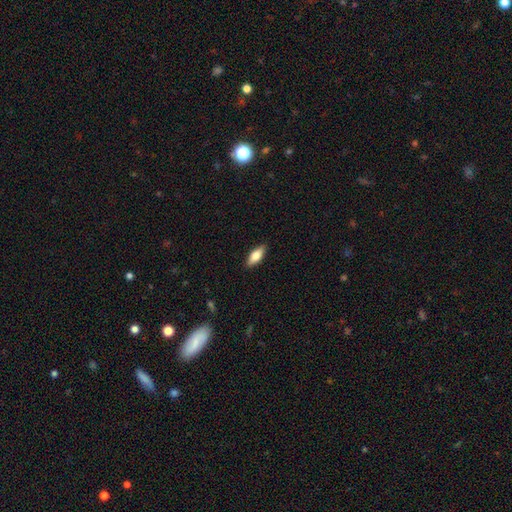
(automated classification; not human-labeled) Smooth or featured? Predicted: smooth (p=0.72). How rounded? Predicted: in between (p=0.71). Merging? Predicted: none (p=0.89).